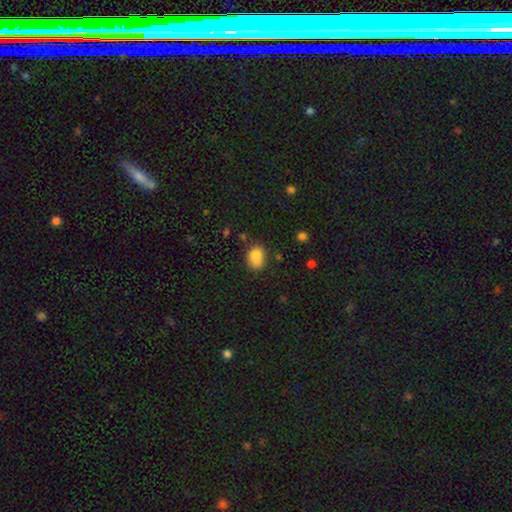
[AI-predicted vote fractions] Smooth or featured: smooth — 81% (star or artifact — 10%)
How rounded: in between — 65% (round — 33%)
Merging: none — 54% (minor disturbance — 26%)